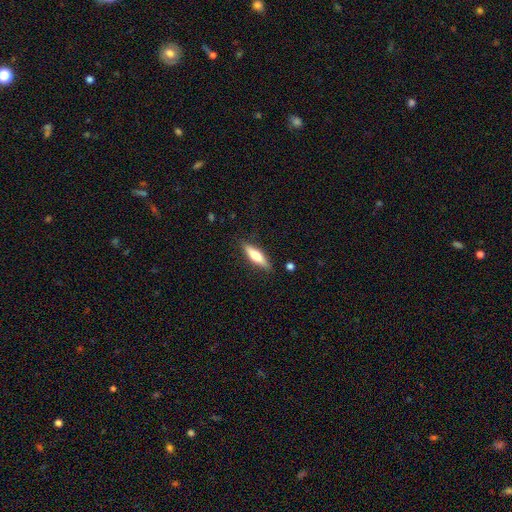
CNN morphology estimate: Smooth or featured: smooth — 58% (featured or disk — 36%)
How rounded: cigar-shaped — 65% (in between — 33%)
Merging: none — 85% (minor disturbance — 11%)